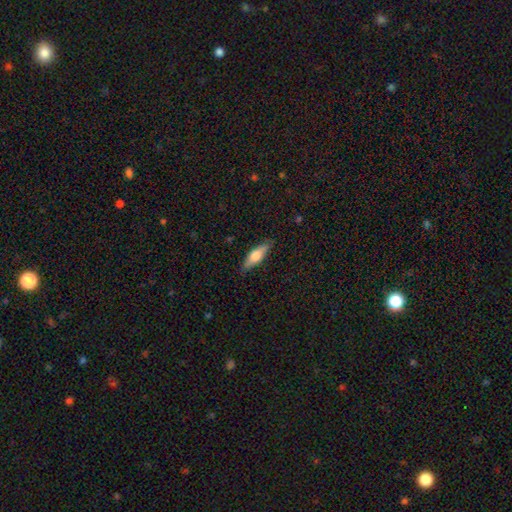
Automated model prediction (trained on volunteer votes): Smooth or featured? Predicted: smooth (p=0.55). How rounded? Predicted: cigar-shaped (p=0.52). Merging? Predicted: none (p=0.86).